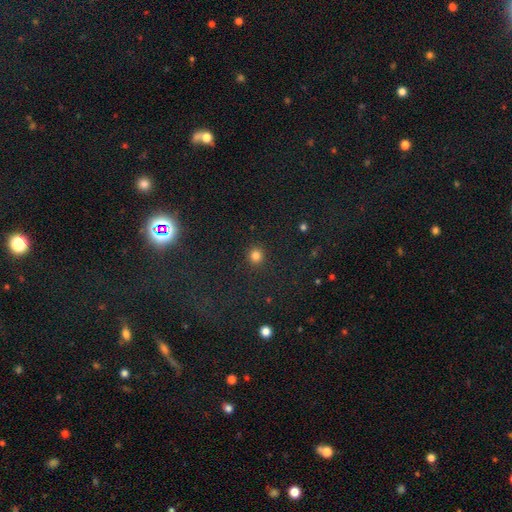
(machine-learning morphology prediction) smooth-or-featured: smooth: 83% | star or artifact: 13% | featured or disk: 4%
  how-rounded: round: 91% | in between: 8% | cigar-shaped: 1%
  merging: none: 91% | minor disturbance: 5% | major disturbance: 2% | merger: 1%